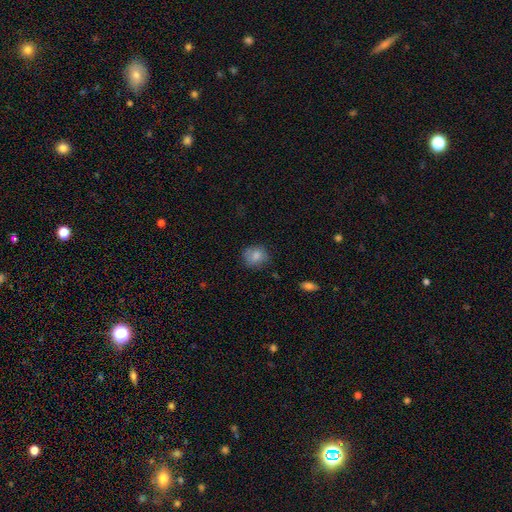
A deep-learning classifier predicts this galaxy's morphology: A smooth galaxy with no disk features (80%) that is round (70%).

Vote fractions:
- Smooth or featured? smooth: 80% / featured or disk: 11% / star or artifact: 9%
- How rounded? round: 70% / in between: 29% / cigar-shaped: 1%
- Merging? none: 72% / minor disturbance: 21% / major disturbance: 5% / merger: 2%